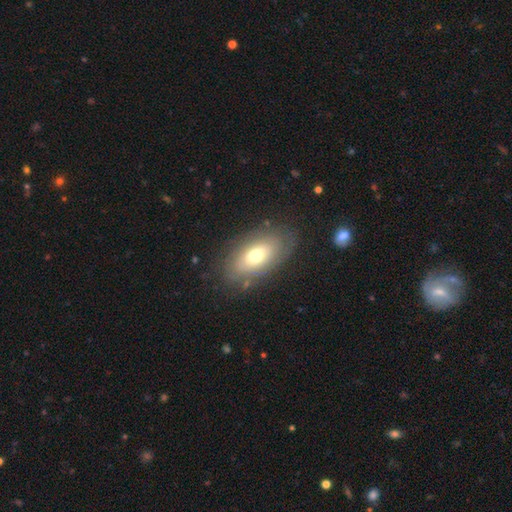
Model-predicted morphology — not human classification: smooth_or_featured: smooth (p=0.56) [alt: featured or disk p=0.35]
how_rounded: in between (p=0.91) [alt: round p=0.06]
merging: none (p=0.78) [alt: minor disturbance p=0.15]